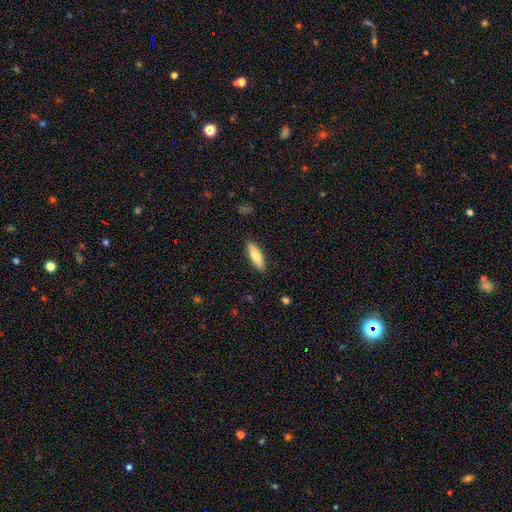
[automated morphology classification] Overall: smooth (75%). How rounded: cigar-shaped (54%; in between 44%). Merging: none (89%).